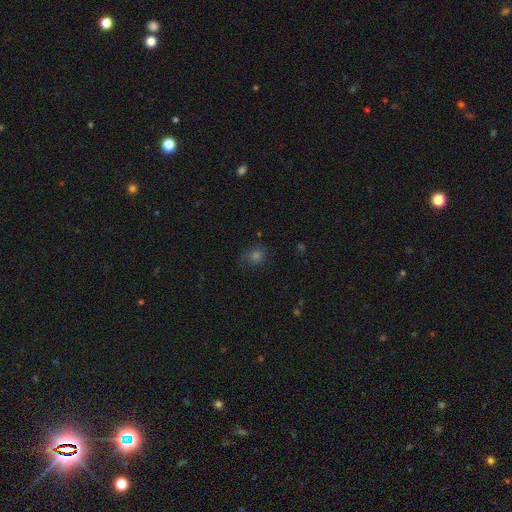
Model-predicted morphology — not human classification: Smooth or featured? smooth (64%)
How rounded? round (77%)
Merging? none (75%)